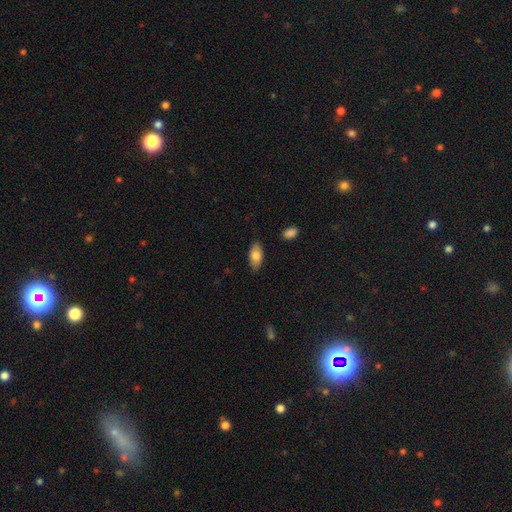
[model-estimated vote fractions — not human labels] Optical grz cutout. It shows a smooth galaxy with no disk features (79%) that is in between round and cigar-shaped (91%). Merging: none (85%).